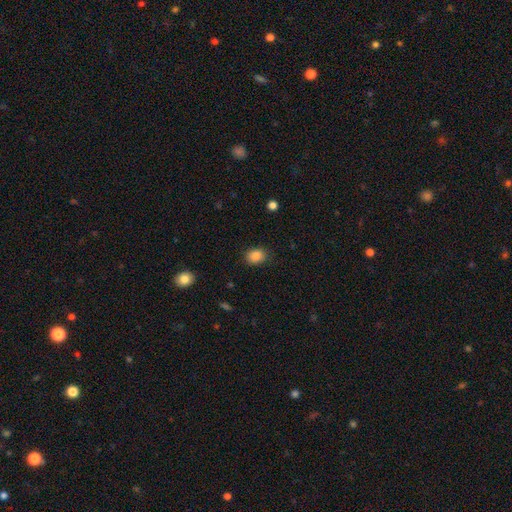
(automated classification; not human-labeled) A smooth galaxy with no disk features (86%) that is in between round and cigar-shaped (51%). Merging: none (85%).